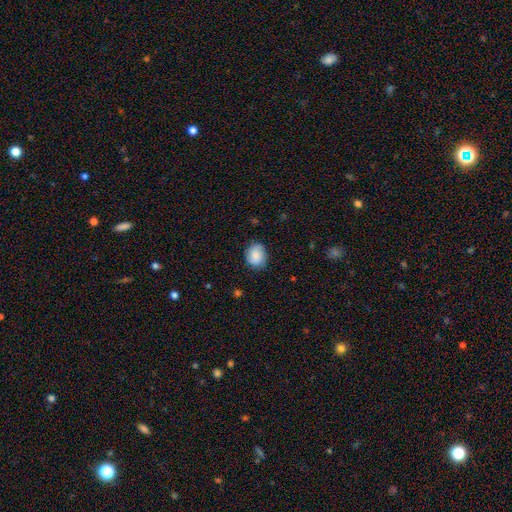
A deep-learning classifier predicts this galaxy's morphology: Q: Smooth or featured?
A: smooth (76%); runner-up: featured or disk (16%)
Q: How rounded?
A: round (59%); runner-up: in between (40%)
Q: Merging?
A: none (79%); runner-up: minor disturbance (16%)